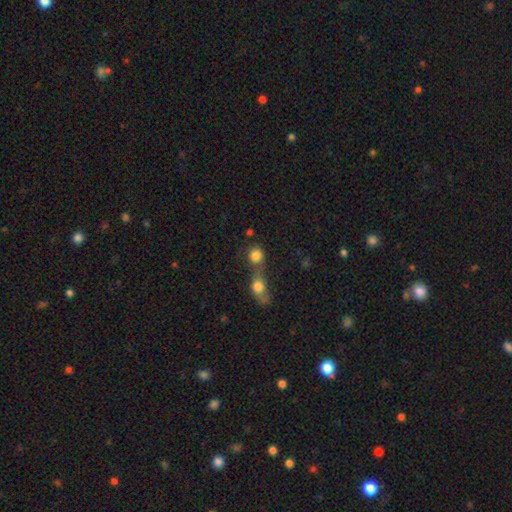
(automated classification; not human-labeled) This is clearly a smooth galaxy (82%). How rounded: likely round (80%). Merging: possibly merger (56%).